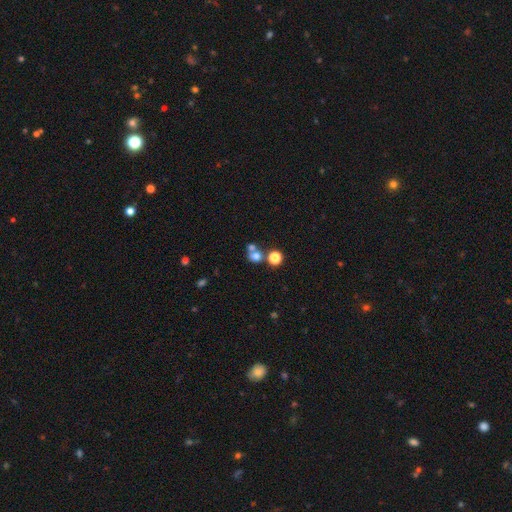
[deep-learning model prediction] A smooth galaxy with no disk features (70%) that is round (79%). Merging: none (45%).